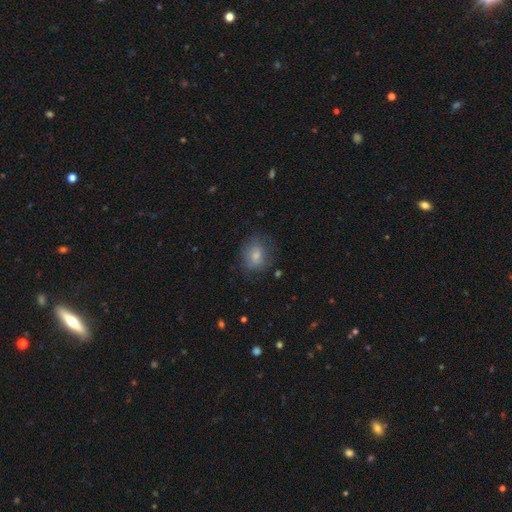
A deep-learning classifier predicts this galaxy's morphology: This appears to be a smooth galaxy with no disk features (72%) that is round (55%). Merging: none (66%).